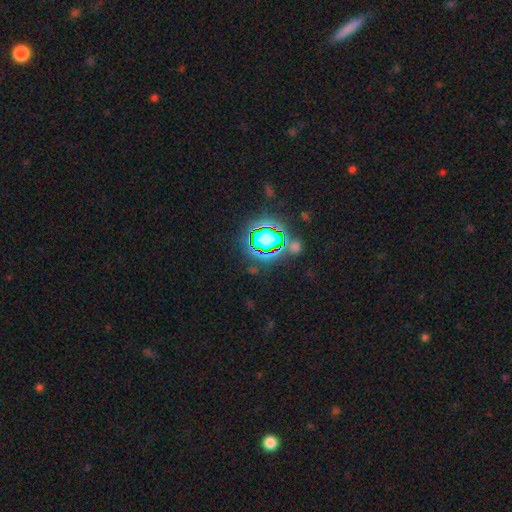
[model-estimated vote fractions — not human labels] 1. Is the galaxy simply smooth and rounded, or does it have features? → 83% star or artifact, 11% smooth, 7% featured or disk.